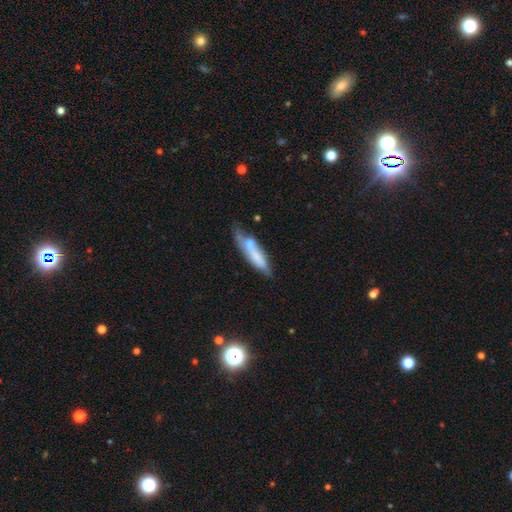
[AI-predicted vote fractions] A smooth galaxy with no disk features (56%) that is cigar-shaped (66%).

Vote fractions:
- Smooth or featured? smooth: 56% / featured or disk: 37% / star or artifact: 7%
- How rounded? cigar-shaped: 66% / in between: 32% / round: 2%
- Merging? none: 39% / minor disturbance: 27% / merger: 20% / major disturbance: 13%